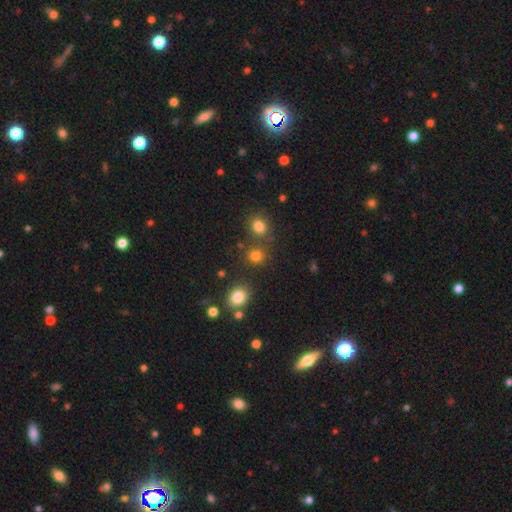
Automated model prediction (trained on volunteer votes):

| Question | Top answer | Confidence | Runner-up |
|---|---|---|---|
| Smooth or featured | smooth | 79% | star or artifact (15%) |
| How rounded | round | 83% | in between (16%) |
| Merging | none | 73% | merger (15%) |